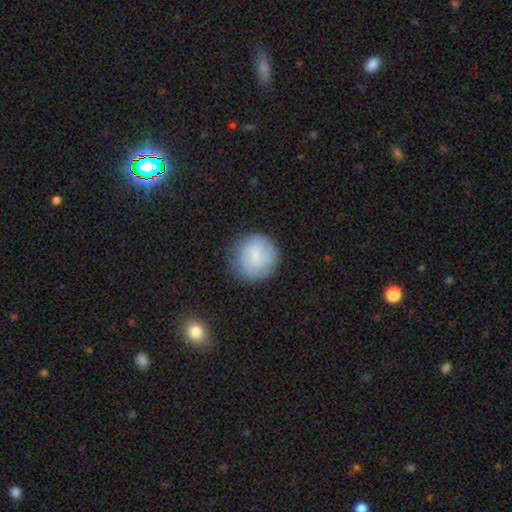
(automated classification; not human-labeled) Smooth or featured? Predicted: smooth (p=0.71). How rounded? Predicted: round (p=0.91). Merging? Predicted: none (p=0.77).